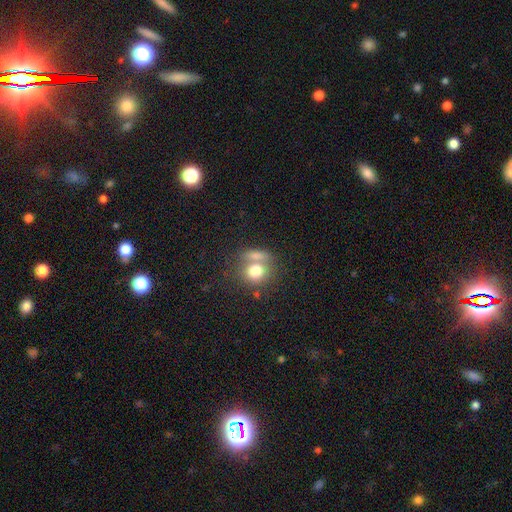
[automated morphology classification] smooth 72%, featured or disk 16%, star or artifact 12%. Down the decision tree: how rounded — round (74%); merging — none (46%).